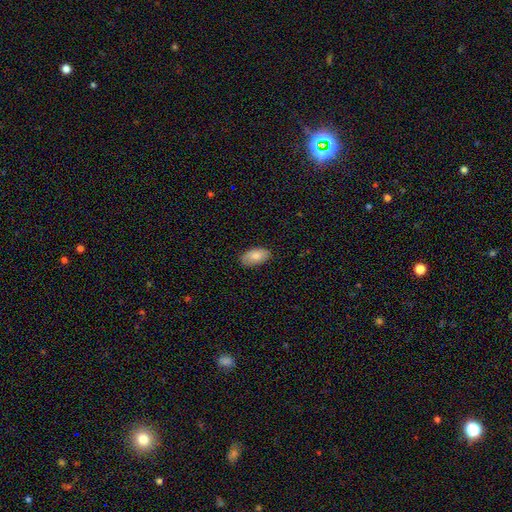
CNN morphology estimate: This is clearly a smooth galaxy (84%). How rounded: clearly in between (95%). Merging: clearly none (84%).